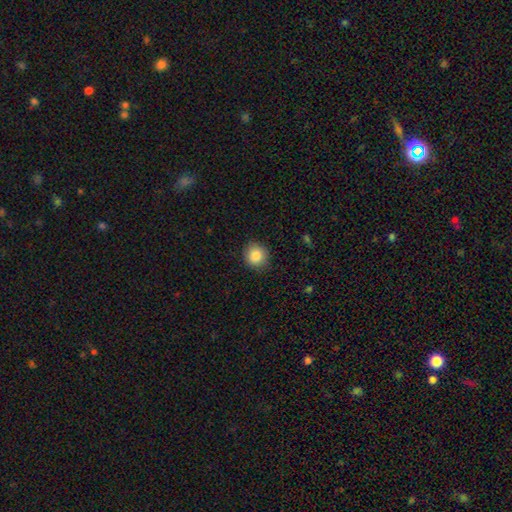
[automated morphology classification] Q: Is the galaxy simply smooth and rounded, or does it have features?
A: smooth — 85%.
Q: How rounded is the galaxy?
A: round — 87%.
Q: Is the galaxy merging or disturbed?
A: none — 89%.